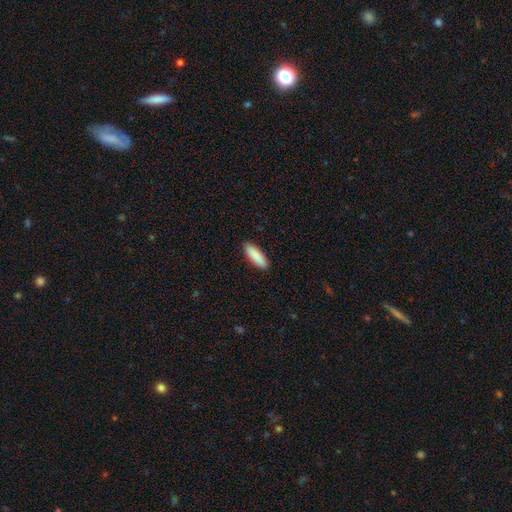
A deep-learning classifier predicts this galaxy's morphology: A smooth galaxy with no disk features (90%) that is in between round and cigar-shaped (51%).

Vote fractions:
- Smooth or featured? smooth: 90% / star or artifact: 5% / featured or disk: 5%
- How rounded? in between: 51% / cigar-shaped: 48% / round: 1%
- Merging? none: 91% / minor disturbance: 7% / major disturbance: 1% / merger: 1%